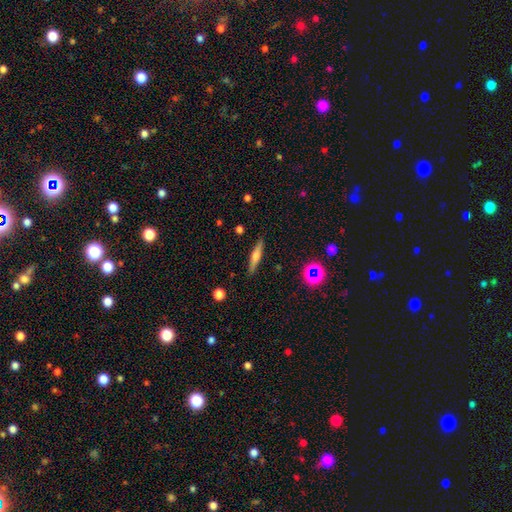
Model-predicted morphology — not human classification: A smooth galaxy with no disk features (50%) that is cigar-shaped (86%).

Vote fractions:
- Smooth or featured? smooth: 50% / featured or disk: 41% / star or artifact: 8%
- How rounded? cigar-shaped: 86% / in between: 11% / round: 2%
- Merging? none: 89% / minor disturbance: 8% / major disturbance: 2% / merger: 1%